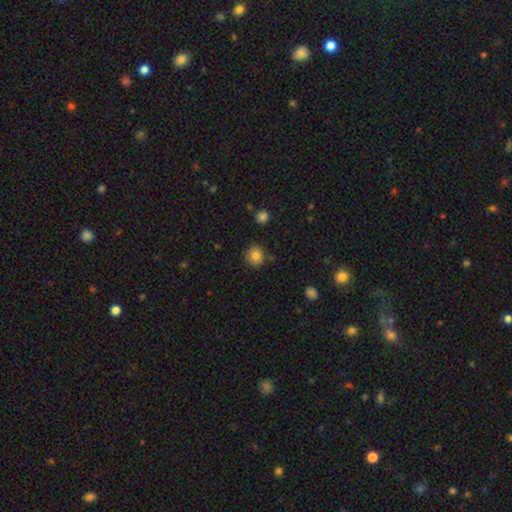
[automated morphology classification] Smooth or featured?
  - smooth: 83% *
  - star or artifact: 11%
  - featured or disk: 6%
How rounded?
  - round: 87% *
  - in between: 12%
  - cigar-shaped: 1%
Merging?
  - none: 85% *
  - minor disturbance: 10%
  - merger: 3%
  - major disturbance: 2%